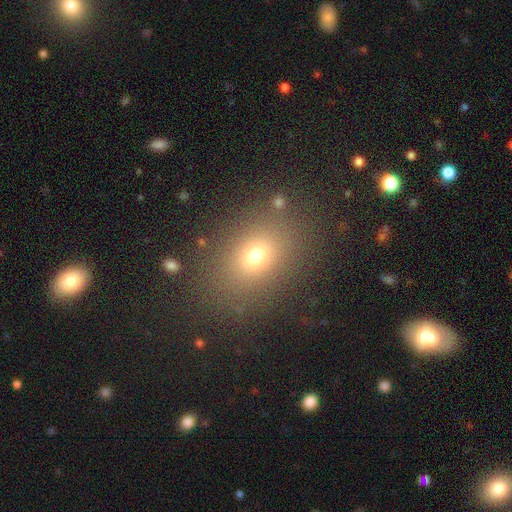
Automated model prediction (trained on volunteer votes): Morphology: type=smooth (69%); roundness=in between (63%); merging=none (84%).